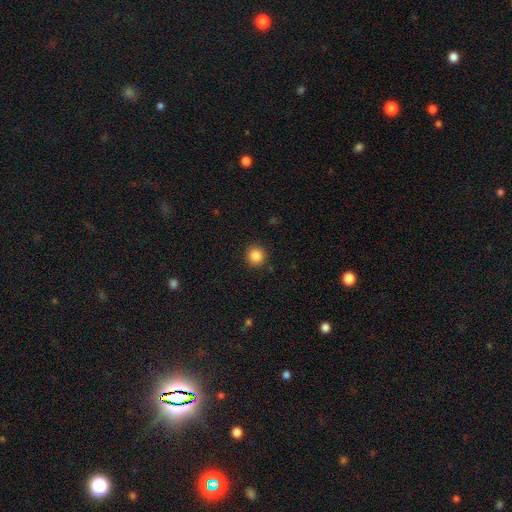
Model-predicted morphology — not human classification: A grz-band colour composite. It shows a smooth galaxy with no disk features (86%) that is round (93%). Merging: none (91%).